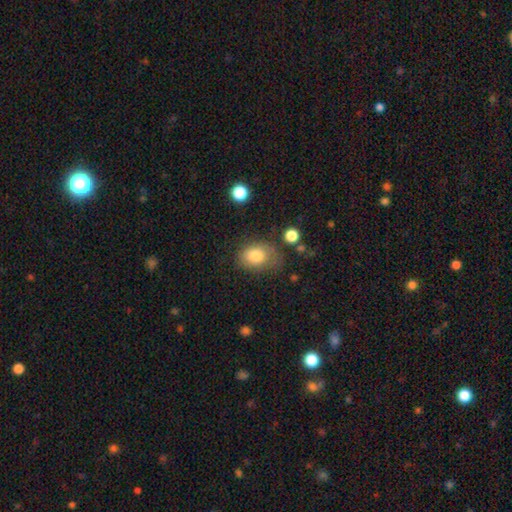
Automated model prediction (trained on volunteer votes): smooth-or-featured: smooth: 81% | featured or disk: 11% | star or artifact: 9%
  how-rounded: in between: 70% | round: 29% | cigar-shaped: 1%
  merging: none: 51% | minor disturbance: 31% | major disturbance: 15% | merger: 4%